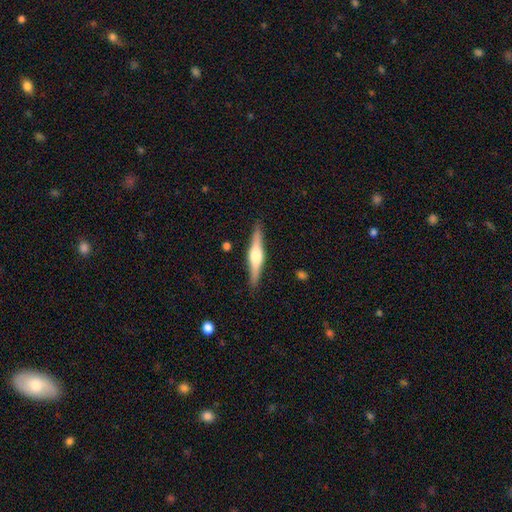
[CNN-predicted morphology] This appears to be a featured or disk galaxy (67%) viewed edge-on (97%) with a rounded central bulge (88%). Merging: none (89%).